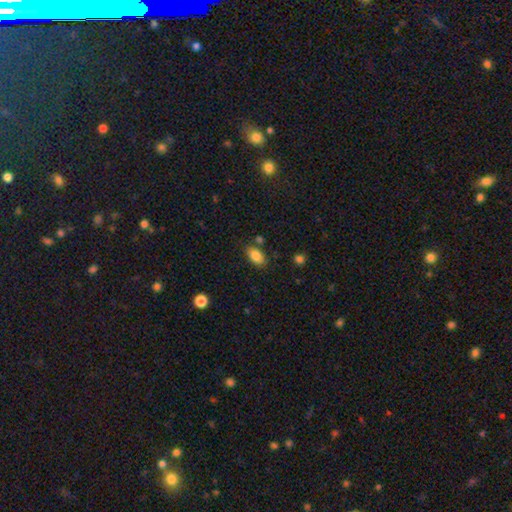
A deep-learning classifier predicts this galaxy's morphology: smooth-or-featured: smooth: 86% | star or artifact: 8% | featured or disk: 6%
  how-rounded: in between: 91% | round: 6% | cigar-shaped: 3%
  merging: none: 76% | minor disturbance: 14% | merger: 6% | major disturbance: 4%